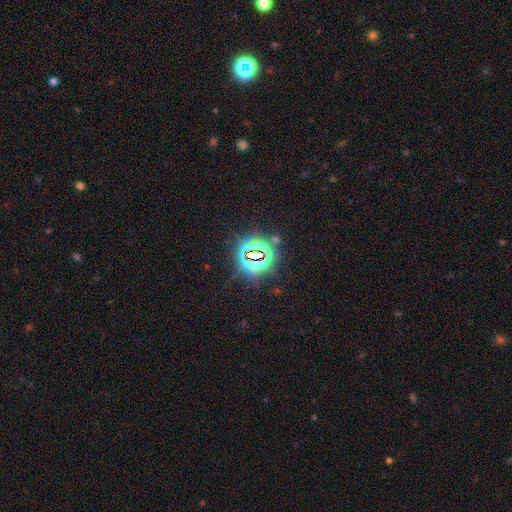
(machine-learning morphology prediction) star or artifact 82%, smooth 11%, featured or disk 7%.